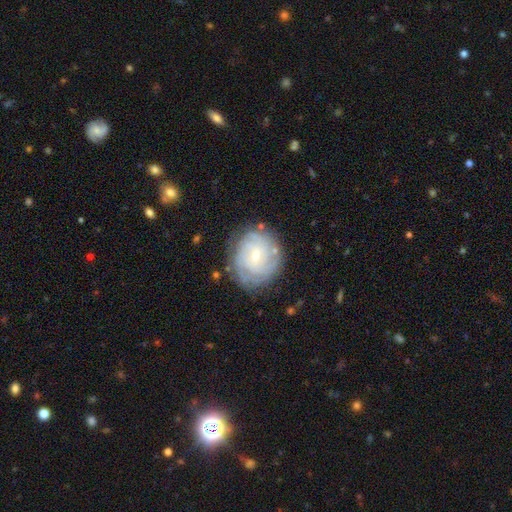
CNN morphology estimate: This appears to be a featured or disk galaxy (75%) with no bar (64%), tight (73%) spiral arms (90%) and a small central bulge (74%). Merging: none (77%).